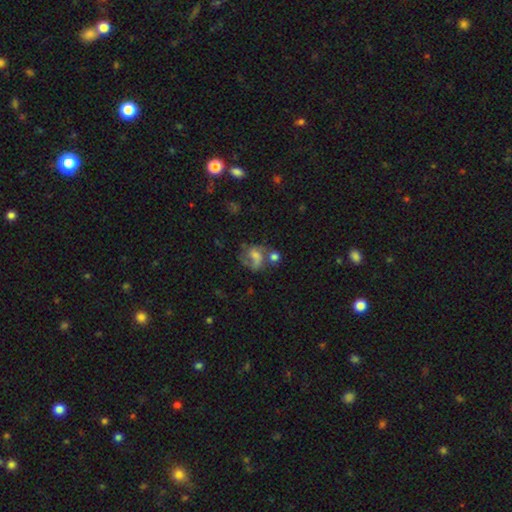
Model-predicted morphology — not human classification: A featured or disk galaxy (48%).

Vote fractions:
- Smooth or featured? featured or disk: 48% / smooth: 39% / star or artifact: 13%
- Merging? none: 36% / major disturbance: 22% / merger: 22% / minor disturbance: 20%